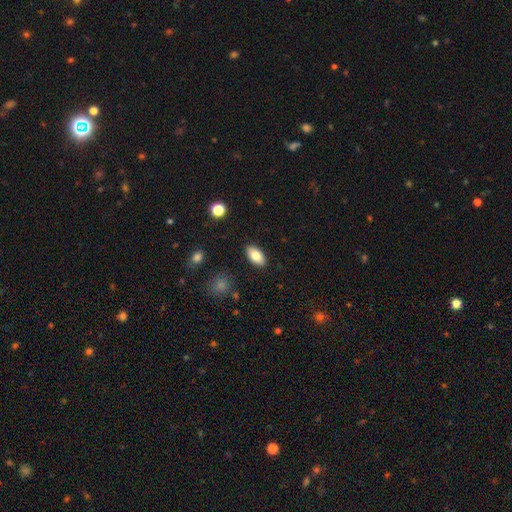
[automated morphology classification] Overall: smooth (80%). How rounded: in between (93%). Merging: none (88%).